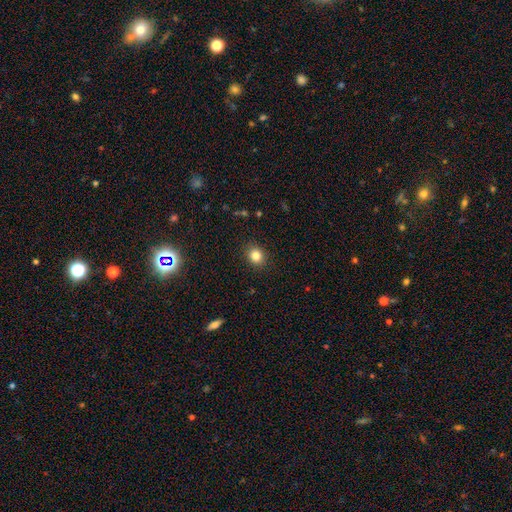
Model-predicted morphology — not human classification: smooth 83%, star or artifact 12%, featured or disk 6%. Down the decision tree: how rounded — round (69%); merging — none (90%).